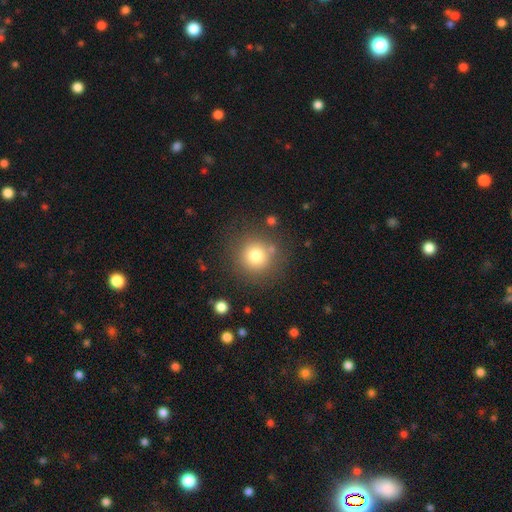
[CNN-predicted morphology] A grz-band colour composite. It shows a smooth galaxy with no disk features (78%) that is round (94%). Merging: none (82%).